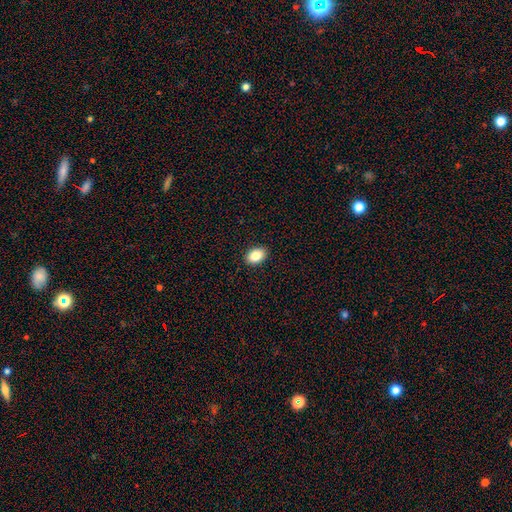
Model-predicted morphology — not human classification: The model was most divided on "how rounded": in between: 82%, round: 17%, cigar-shaped: 1%. More confident: merging — none (91%); smooth or featured — smooth (85%).